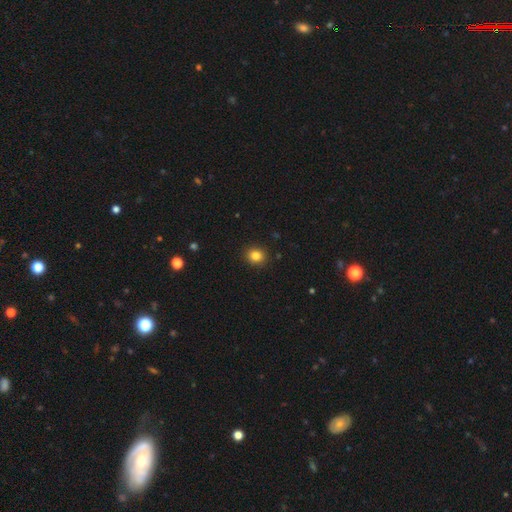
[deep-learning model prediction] Smooth or featured?
  - smooth: 83% *
  - star or artifact: 12%
  - featured or disk: 5%
How rounded?
  - round: 80% *
  - in between: 19%
  - cigar-shaped: 1%
Merging?
  - none: 91% *
  - minor disturbance: 6%
  - major disturbance: 2%
  - merger: 1%